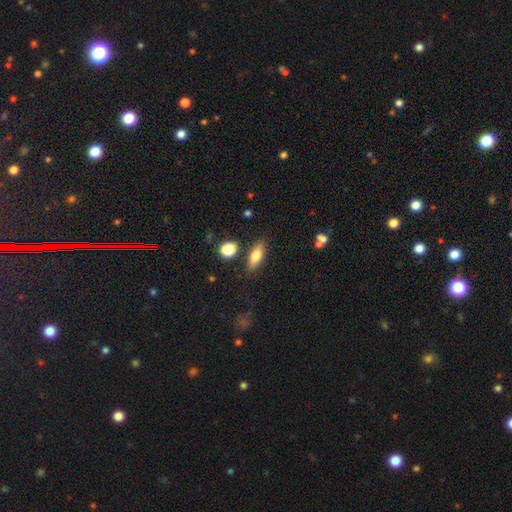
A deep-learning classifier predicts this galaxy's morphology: type=smooth (69%); roundness=in between (63%); merging=none (81%).